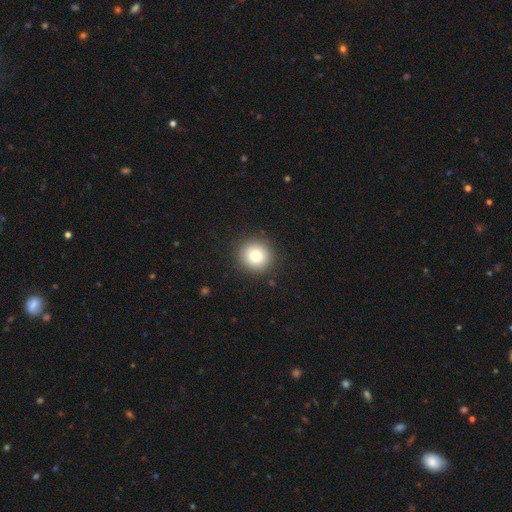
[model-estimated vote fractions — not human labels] Smooth or featured? Predicted: smooth (p=0.76). How rounded? Predicted: round (p=0.94). Merging? Predicted: none (p=0.91).